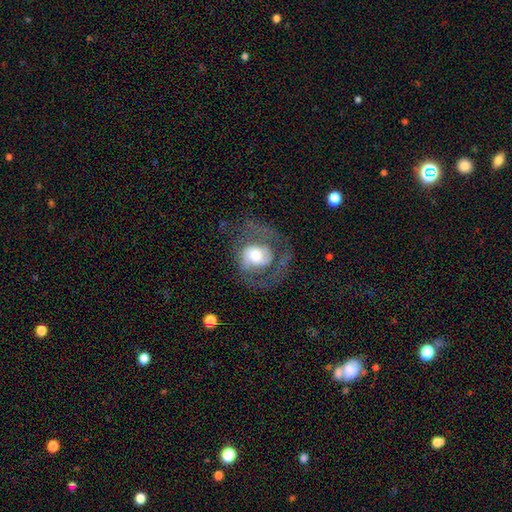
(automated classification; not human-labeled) featured or disk 66%, smooth 27%, star or artifact 7%. Down the decision tree: edge-on disk — no (97%); bar — no (55%); spiral arms — yes (78%); spiral arm count — 2 (57%); spiral winding — medium (46%); bulge size — moderate (58%); merging — none (46%).